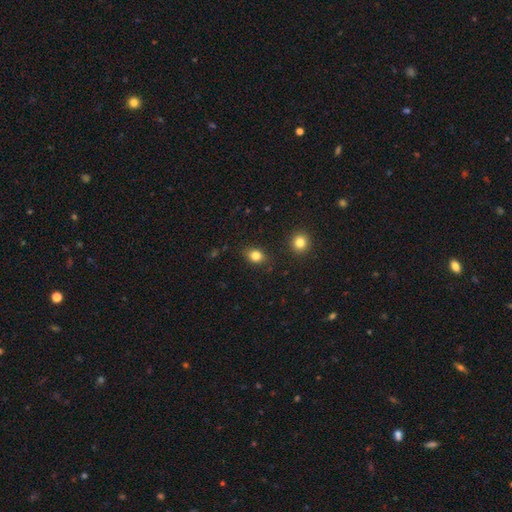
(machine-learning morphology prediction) Smooth or featured: smooth — 82% (star or artifact — 11%)
How rounded: in between — 58% (round — 40%)
Merging: none — 85% (minor disturbance — 10%)